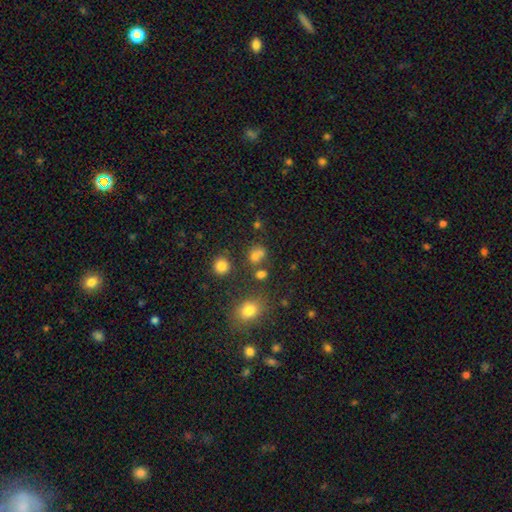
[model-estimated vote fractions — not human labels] Smooth or featured?
  - smooth: 68% *
  - star or artifact: 21%
  - featured or disk: 10%
How rounded?
  - round: 61% *
  - in between: 38%
  - cigar-shaped: 1%
Merging?
  - none: 53% *
  - merger: 27%
  - minor disturbance: 13%
  - major disturbance: 7%